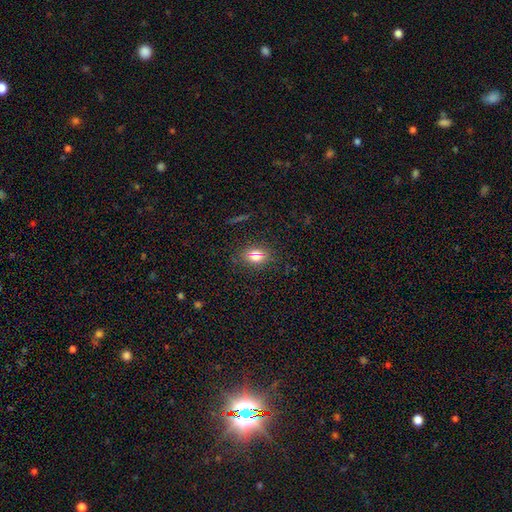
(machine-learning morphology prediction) Smooth or featured? Predicted: smooth (p=0.74). How rounded? Predicted: in between (p=0.60). Merging? Predicted: none (p=0.82).